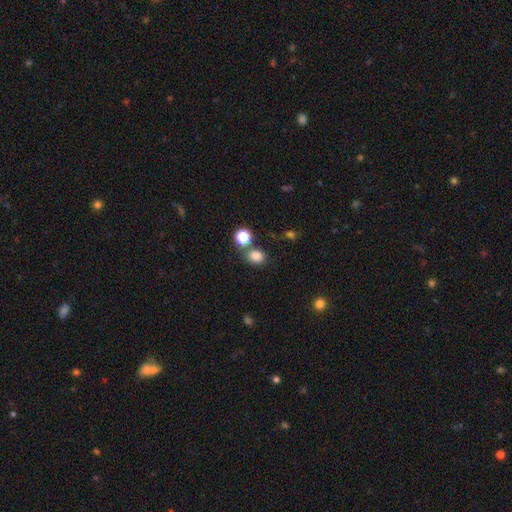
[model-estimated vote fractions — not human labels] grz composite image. It shows a smooth galaxy with no disk features (81%) that is round (58%). Merging: none (71%).